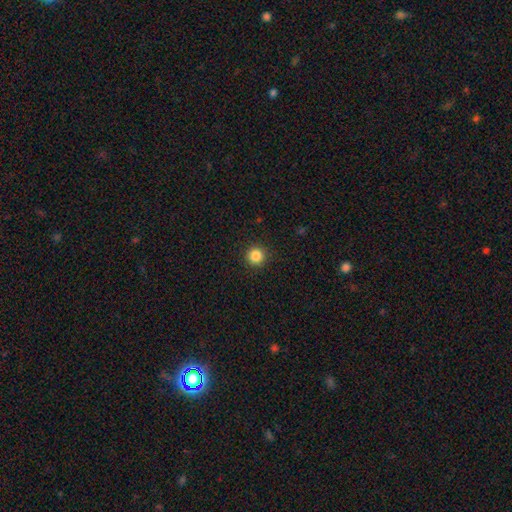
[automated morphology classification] This is clearly a smooth galaxy (86%). How rounded: clearly round (96%). Merging: clearly none (92%).